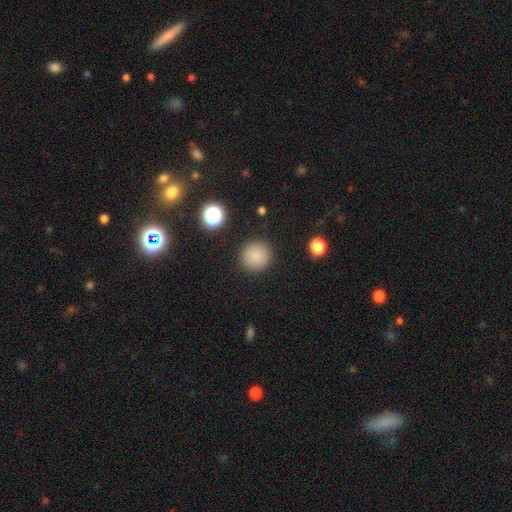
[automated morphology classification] Q: Smooth or featured?
A: smooth (84%); runner-up: star or artifact (11%)
Q: How rounded?
A: round (94%); runner-up: in between (5%)
Q: Merging?
A: none (90%); runner-up: minor disturbance (6%)